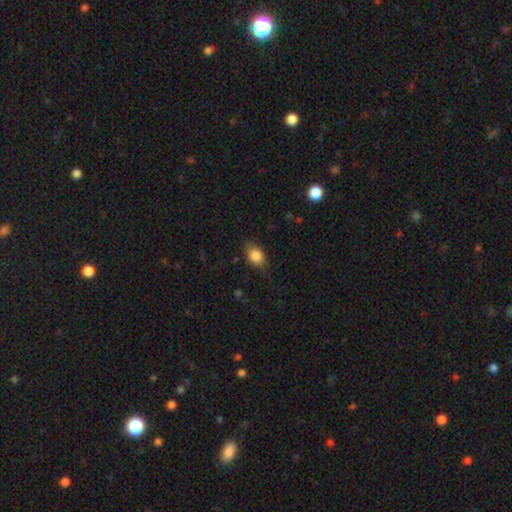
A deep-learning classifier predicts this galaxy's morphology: A smooth galaxy with no disk features (85%) that is in between round and cigar-shaped (74%). Merging: none (76%).